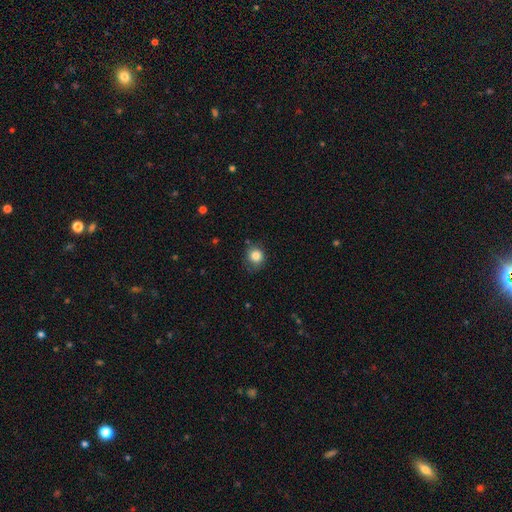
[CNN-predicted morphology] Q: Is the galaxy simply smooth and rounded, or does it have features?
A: smooth — 83%.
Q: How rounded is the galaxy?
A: round — 84%.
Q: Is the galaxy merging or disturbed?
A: none — 71%.